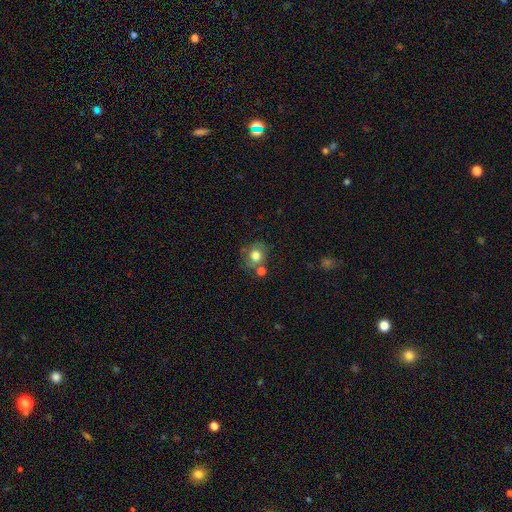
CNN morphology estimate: Smooth or featured? Predicted: smooth (p=0.73). How rounded? Predicted: round (p=0.76). Merging? Predicted: none (p=0.59).